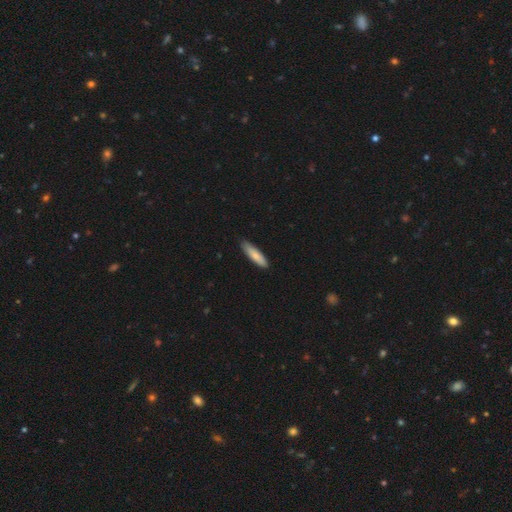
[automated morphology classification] smooth_or_featured: smooth (p=0.82) [alt: featured or disk p=0.13]
how_rounded: cigar-shaped (p=0.70) [alt: in between p=0.29]
merging: none (p=0.87) [alt: minor disturbance p=0.11]